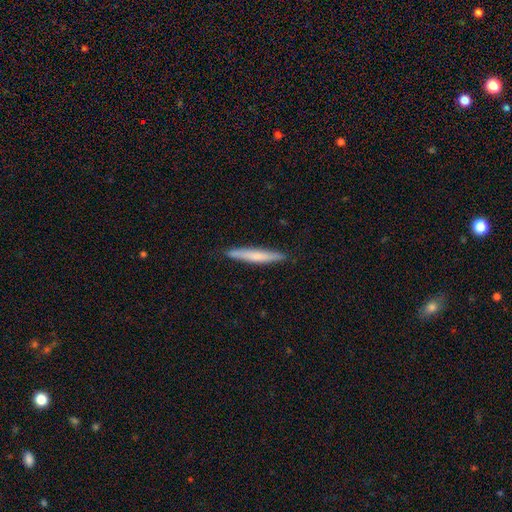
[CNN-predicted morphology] Q: Smooth or featured?
A: smooth (64%); runner-up: featured or disk (31%)
Q: How rounded?
A: cigar-shaped (95%); runner-up: in between (3%)
Q: Merging?
A: none (88%); runner-up: minor disturbance (9%)